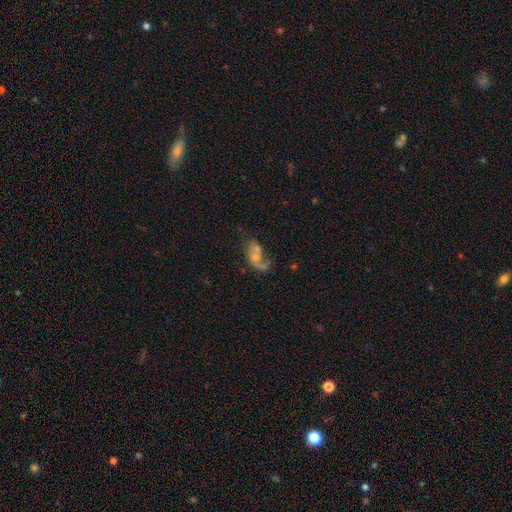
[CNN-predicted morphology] This appears to be a featured or disk galaxy (59%) with no bar (74%), spiral arms (66%) and a small central bulge (39%). Merging: merger (32%).